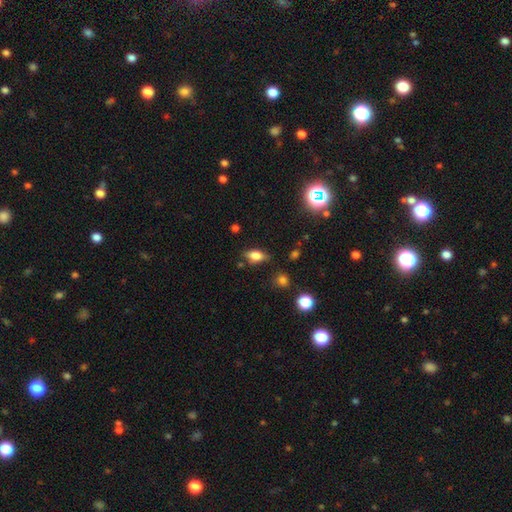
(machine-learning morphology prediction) smooth 66%, featured or disk 24%, star or artifact 11%. Down the decision tree: how rounded — in between (80%); merging — none (75%).